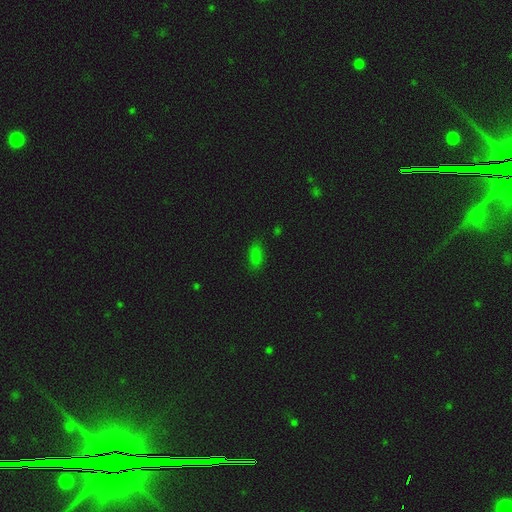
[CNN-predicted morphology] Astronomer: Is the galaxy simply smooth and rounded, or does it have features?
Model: smooth — 79%.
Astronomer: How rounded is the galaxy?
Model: in between — 86%.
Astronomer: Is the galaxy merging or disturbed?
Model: none — 79%.